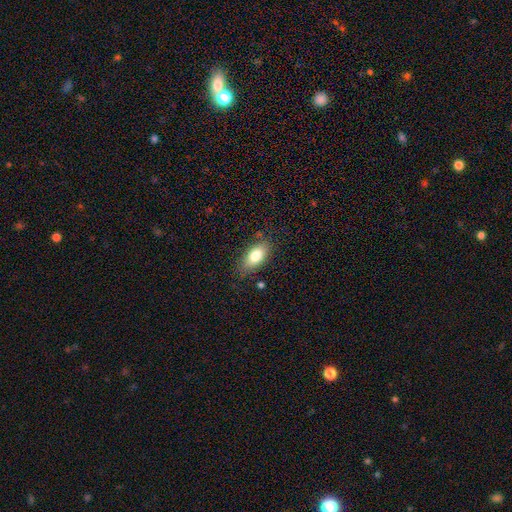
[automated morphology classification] smooth 79%, featured or disk 14%, star or artifact 7%. Down the decision tree: how rounded — in between (88%); merging — none (79%).